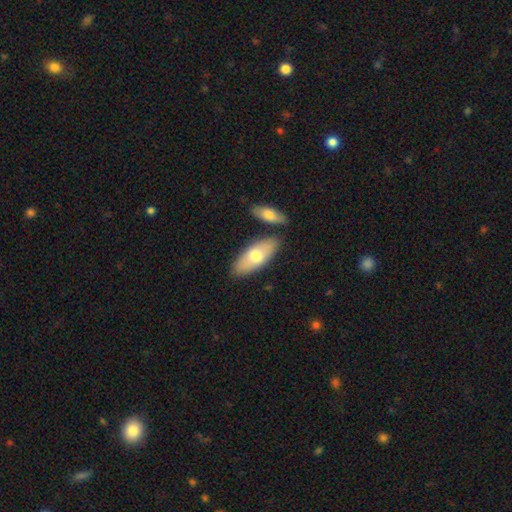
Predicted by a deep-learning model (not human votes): This appears to be a smooth galaxy with no disk features (67%) that is in between round and cigar-shaped (81%). Merging: none (78%).